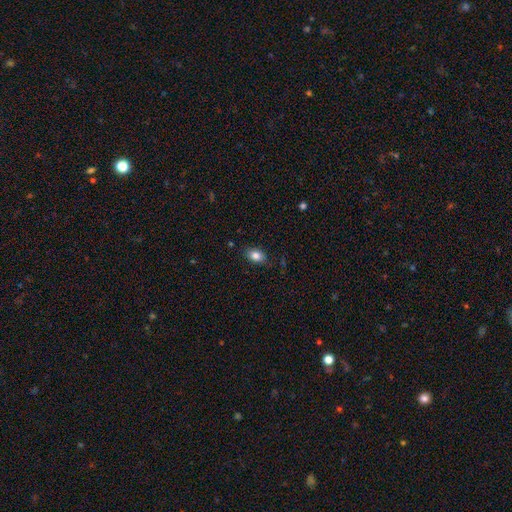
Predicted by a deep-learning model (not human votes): This is clearly a smooth galaxy (83%). How rounded: clearly in between (80%). Merging: clearly none (84%).